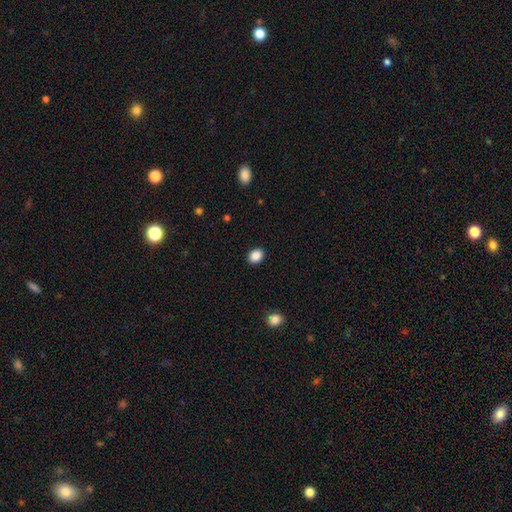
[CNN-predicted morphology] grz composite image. It shows a smooth galaxy with no disk features (88%) that is in between round and cigar-shaped (59%). Merging: none (91%).